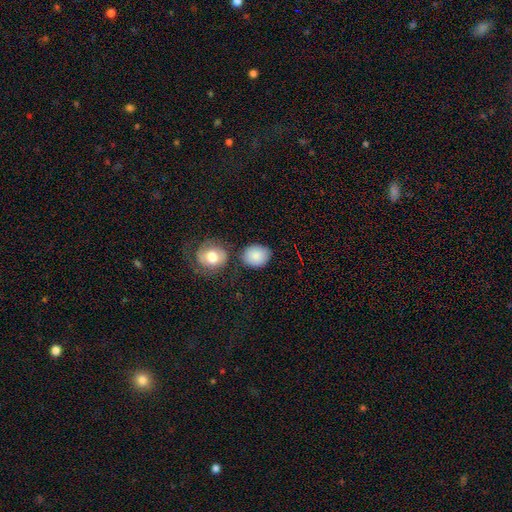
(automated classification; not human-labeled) smooth 85%, featured or disk 8%, star or artifact 7%. Down the decision tree: how rounded — round (65%); merging — none (70%).